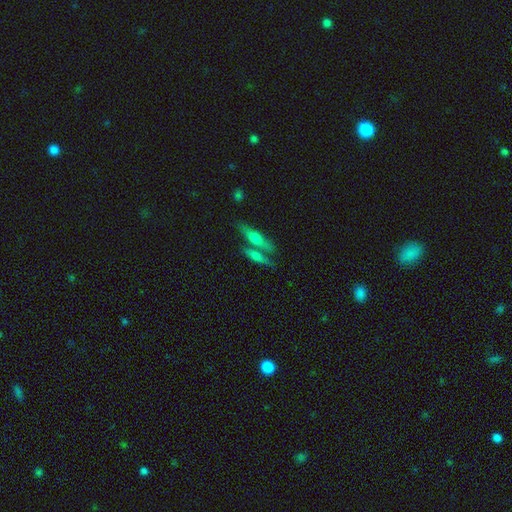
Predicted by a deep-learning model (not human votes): smooth-or-featured: smooth: 52% | featured or disk: 39% | star or artifact: 9%
  how-rounded: cigar-shaped: 67% | in between: 28% | round: 5%
  merging: none: 51% | merger: 36% | minor disturbance: 9% | major disturbance: 4%